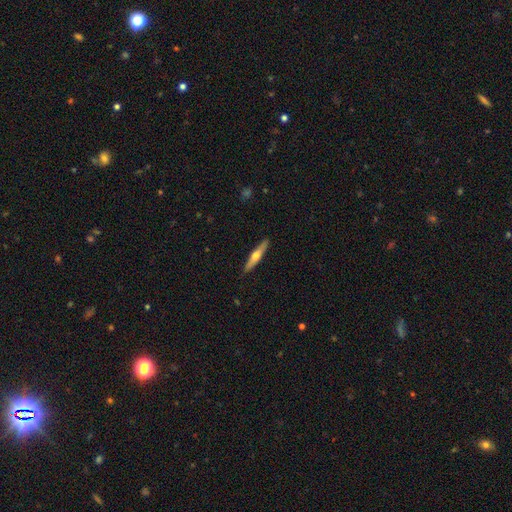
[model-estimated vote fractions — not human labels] smooth_or_featured: featured or disk (p=0.55) [alt: smooth p=0.40]
disk_edge_on: yes (p=0.95) [alt: no p=0.05]
edge_on_bulge: rounded (p=0.92) [alt: none p=0.06]
merging: none (p=0.91) [alt: minor disturbance p=0.07]